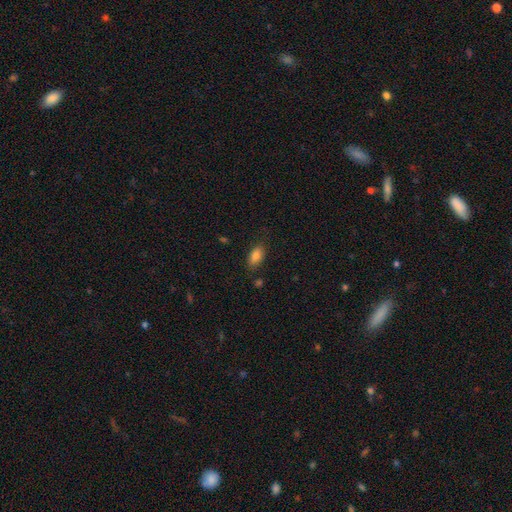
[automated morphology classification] smooth-or-featured: smooth: 84% | star or artifact: 9% | featured or disk: 8%
  how-rounded: in between: 90% | cigar-shaped: 5% | round: 5%
  merging: none: 80% | minor disturbance: 14% | major disturbance: 4% | merger: 2%